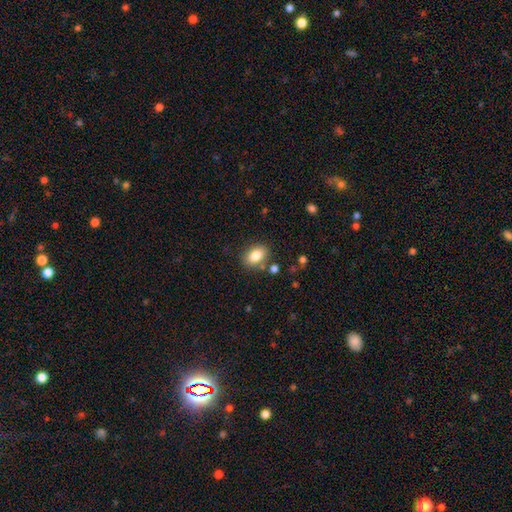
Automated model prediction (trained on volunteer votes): A smooth galaxy with no disk features (83%) that is in between round and cigar-shaped (78%). Merging: none (80%).